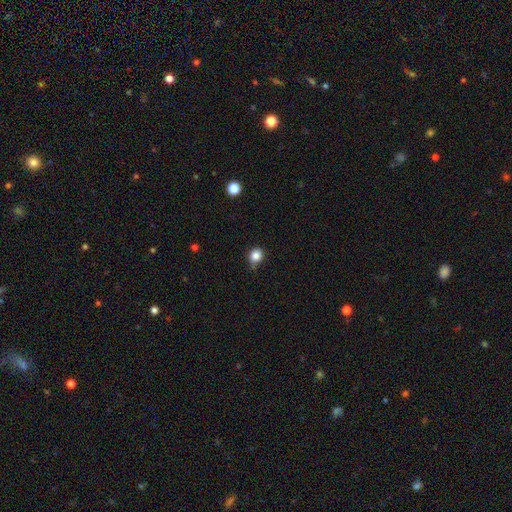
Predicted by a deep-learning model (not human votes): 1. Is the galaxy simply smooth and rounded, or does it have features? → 85% smooth, 11% star or artifact, 4% featured or disk.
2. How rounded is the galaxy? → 76% round, 24% in between, 1% cigar-shaped.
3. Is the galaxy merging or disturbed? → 77% none, 18% minor disturbance, 3% major disturbance, 2% merger.